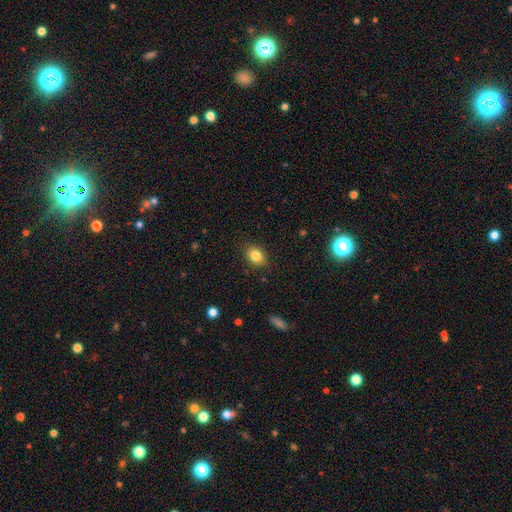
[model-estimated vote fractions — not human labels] The model was most divided on "how rounded": in between: 61%, round: 38%, cigar-shaped: 1%. More confident: merging — none (87%); smooth or featured — smooth (83%).